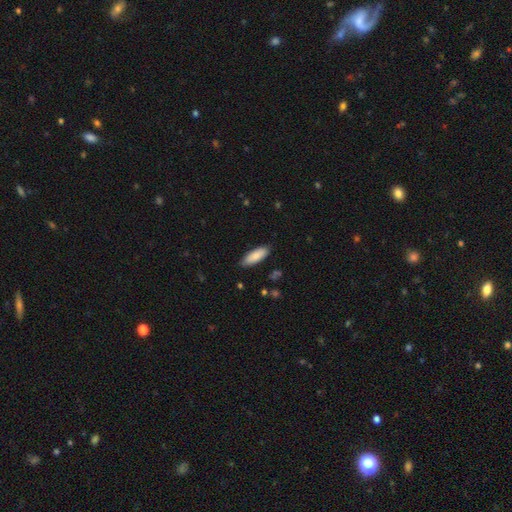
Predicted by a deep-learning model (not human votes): A smooth galaxy with no disk features (86%) that is in between round and cigar-shaped (66%).

Vote fractions:
- Smooth or featured? smooth: 86% / featured or disk: 8% / star or artifact: 6%
- How rounded? in between: 66% / cigar-shaped: 32% / round: 1%
- Merging? none: 86% / minor disturbance: 11% / major disturbance: 2% / merger: 1%